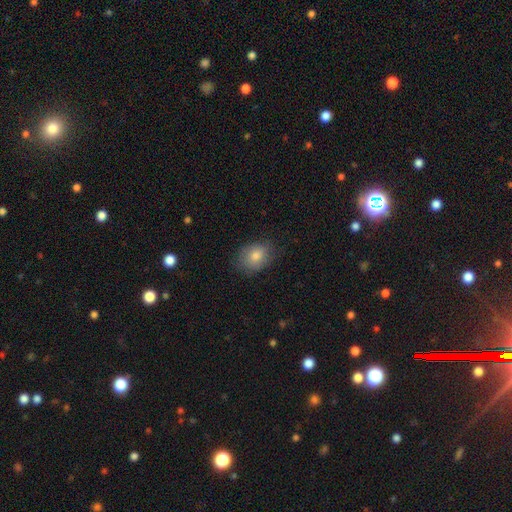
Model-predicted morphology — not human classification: A smooth galaxy with no disk features (79%) that is in between round and cigar-shaped (58%). Merging: none (77%).